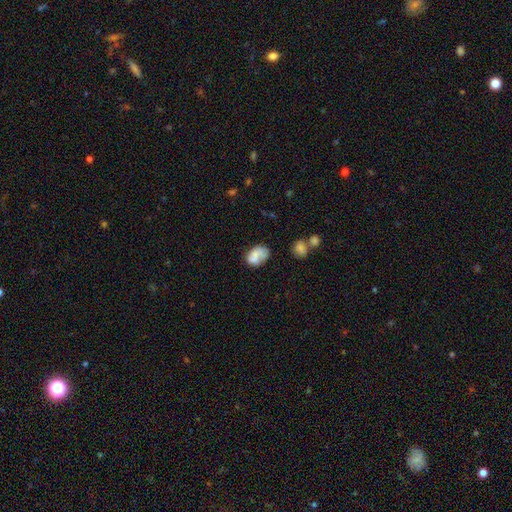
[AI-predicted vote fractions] smooth 67%, featured or disk 24%, star or artifact 9%. Down the decision tree: how rounded — in between (77%); merging — none (42%).